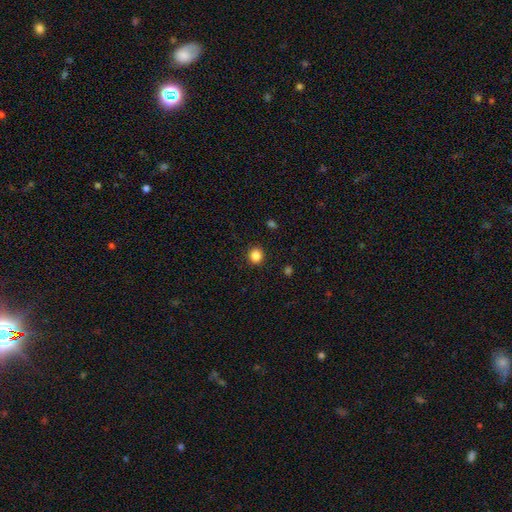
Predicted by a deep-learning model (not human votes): This appears to be a smooth galaxy with no disk features (86%) that is round (85%). Merging: none (92%).